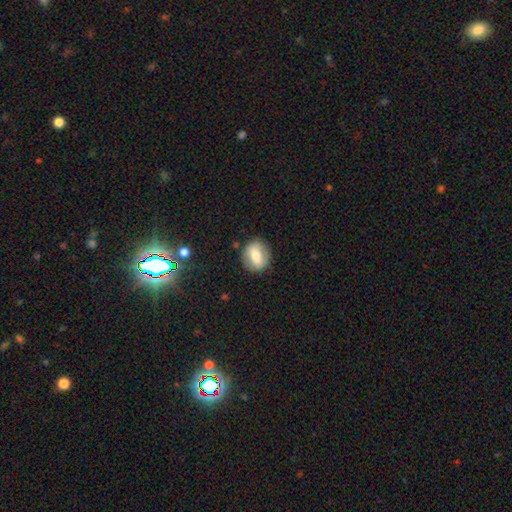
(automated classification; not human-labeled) A smooth galaxy with no disk features (60%) that is round (67%).

Vote fractions:
- Smooth or featured? smooth: 60% / featured or disk: 33% / star or artifact: 8%
- How rounded? round: 67% / in between: 31% / cigar-shaped: 2%
- Merging? none: 84% / minor disturbance: 11% / major disturbance: 3% / merger: 1%